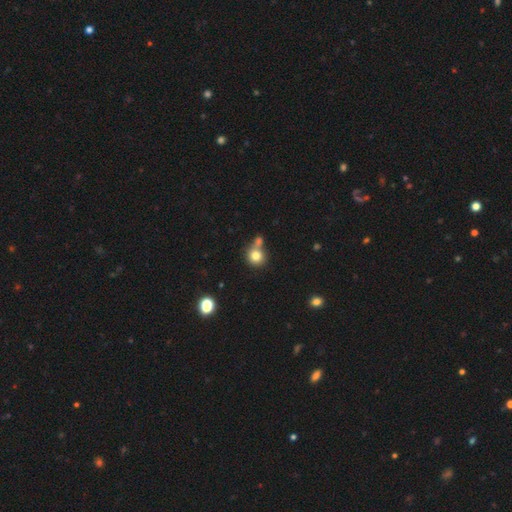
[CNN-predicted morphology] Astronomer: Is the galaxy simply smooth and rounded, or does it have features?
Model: smooth — 79%.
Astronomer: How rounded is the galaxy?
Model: round — 89%.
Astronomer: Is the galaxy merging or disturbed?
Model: none — 52% (runner-up: merger, 35%).